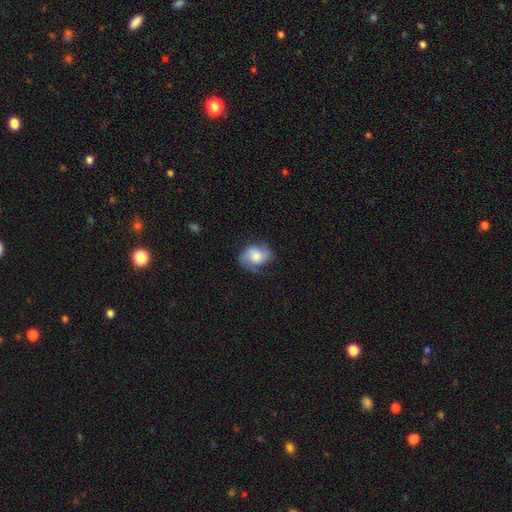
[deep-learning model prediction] smooth-or-featured: featured or disk: 50% | smooth: 42% | star or artifact: 8%
  disk-edge-on: no: 97% | yes: 3%
  merging: none: 50% | minor disturbance: 28% | major disturbance: 19% | merger: 2%